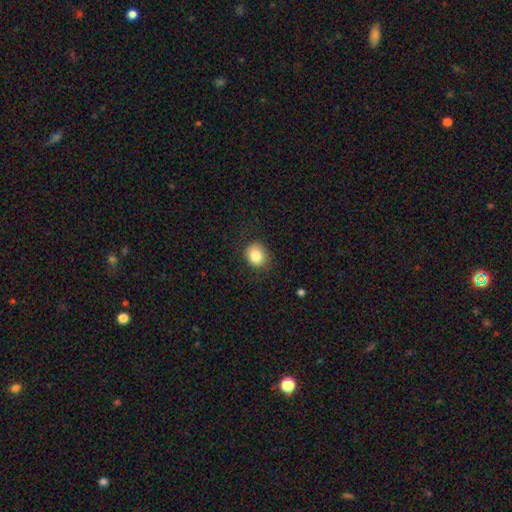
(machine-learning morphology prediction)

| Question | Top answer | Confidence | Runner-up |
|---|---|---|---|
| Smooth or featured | smooth | 83% | star or artifact (10%) |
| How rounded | round | 71% | in between (28%) |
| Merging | none | 83% | minor disturbance (13%) |